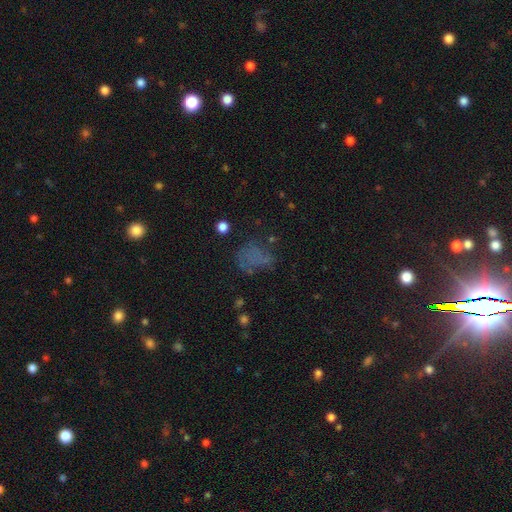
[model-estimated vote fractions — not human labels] Smooth or featured? Predicted: smooth (p=0.49). Merging? Predicted: none (p=0.44).